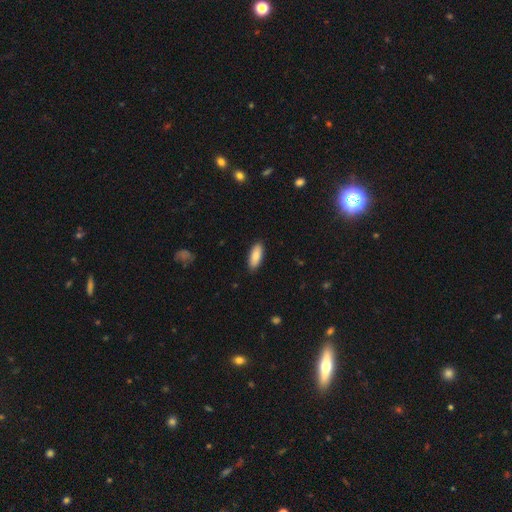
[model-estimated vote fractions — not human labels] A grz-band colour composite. It shows a smooth galaxy with no disk features (88%) that is in between round and cigar-shaped (77%). Merging: none (89%).